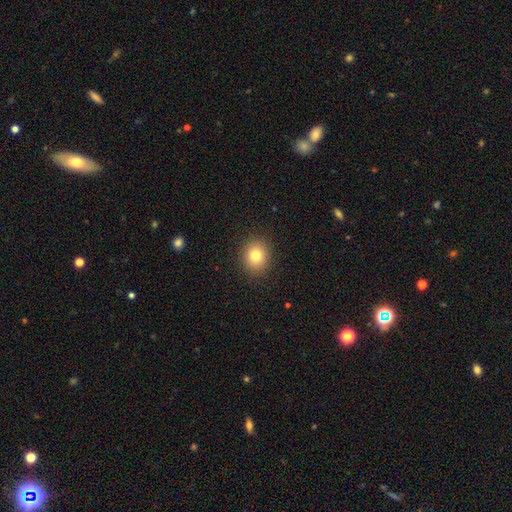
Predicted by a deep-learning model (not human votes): This appears to be a smooth galaxy with no disk features (79%) that is round (72%). Merging: none (89%).